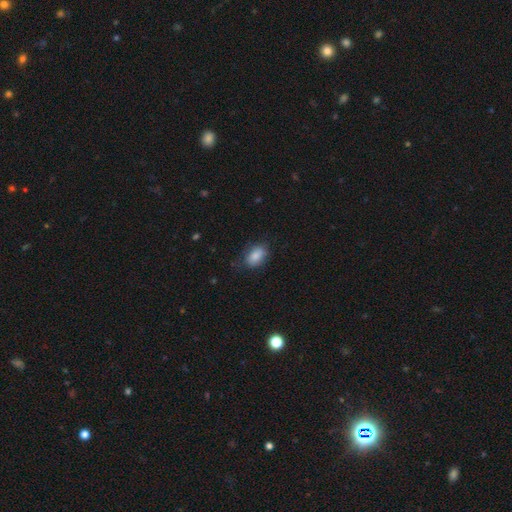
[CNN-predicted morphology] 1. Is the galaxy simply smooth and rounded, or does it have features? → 85% smooth, 7% featured or disk, 7% star or artifact.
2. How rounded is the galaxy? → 88% in between, 9% round, 2% cigar-shaped.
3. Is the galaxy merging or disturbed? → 72% none, 21% minor disturbance, 6% major disturbance, 1% merger.